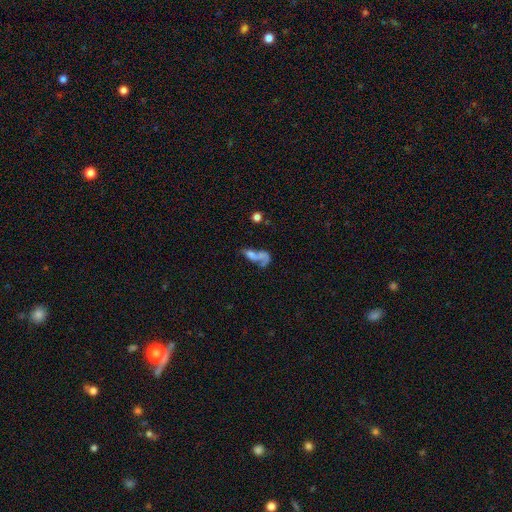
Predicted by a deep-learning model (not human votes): featured or disk 43%, smooth 42%, star or artifact 14%. Down the decision tree: merging — merger (40%).